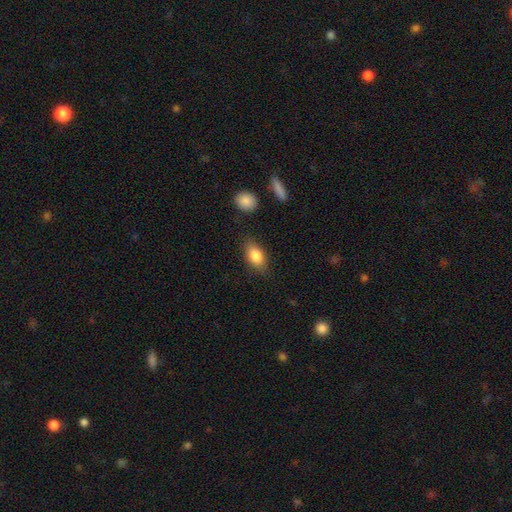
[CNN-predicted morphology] This is clearly a smooth galaxy (84%). How rounded: clearly in between (87%). Merging: likely none (79%).